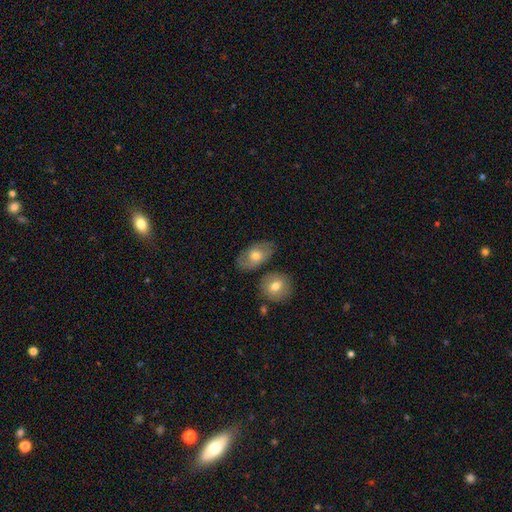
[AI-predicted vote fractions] This is possibly a smooth galaxy (58%). How rounded: clearly in between (85%). Merging: likely none (69%).